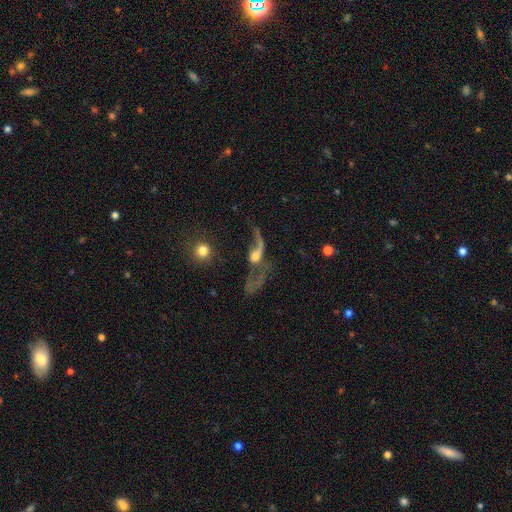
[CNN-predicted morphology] The model was most divided on "bulge size": moderate: 47%, small: 29%, large: 13%, none: 7%, dominant: 4%. More confident: edge-on disk — no (85%); bar — no (72%); smooth or featured — featured or disk (63%); spiral arms — yes (60%); merging — major disturbance (52%).